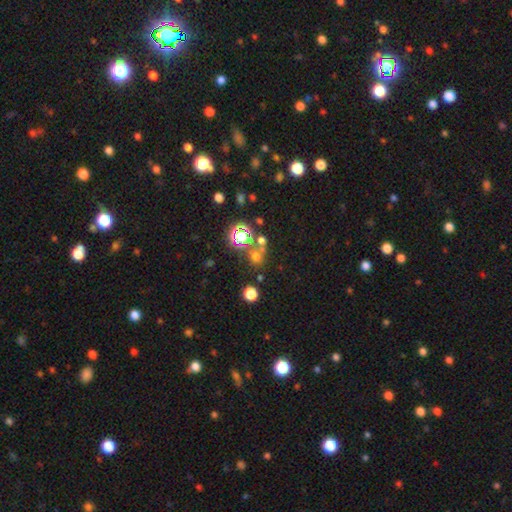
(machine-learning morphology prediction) Smooth or featured? Predicted: smooth (p=0.56). How rounded? Predicted: round (p=0.84). Merging? Predicted: none (p=0.64).